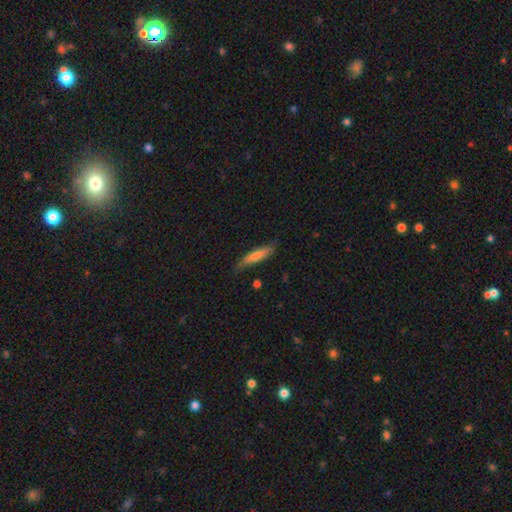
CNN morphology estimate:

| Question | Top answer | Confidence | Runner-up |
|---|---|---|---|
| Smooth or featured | smooth | 56% | featured or disk (37%) |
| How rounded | cigar-shaped | 89% | in between (9%) |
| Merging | none | 78% | minor disturbance (17%) |